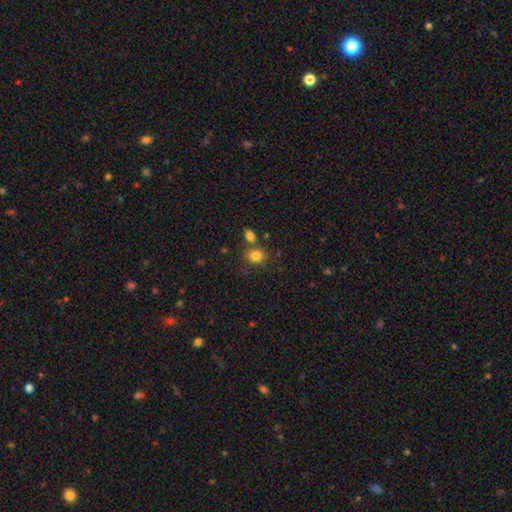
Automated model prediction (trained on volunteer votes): Overall: smooth (82%). How rounded: round (56%; in between 43%). Merging: none (61%; merger 21%).